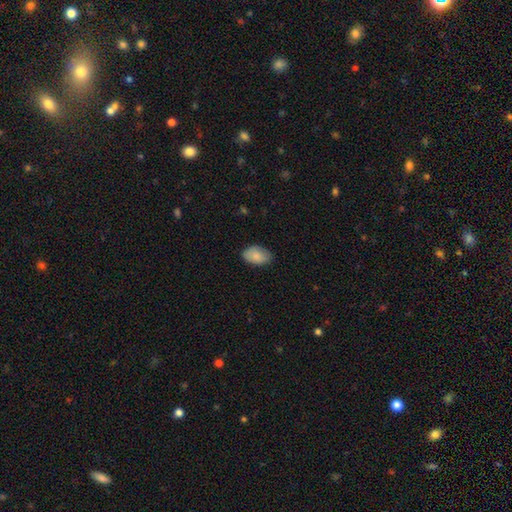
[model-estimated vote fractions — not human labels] The model was most divided on "merging": none: 79%, minor disturbance: 17%, major disturbance: 3%, merger: 1%. More confident: how rounded — in between (90%); smooth or featured — smooth (85%).